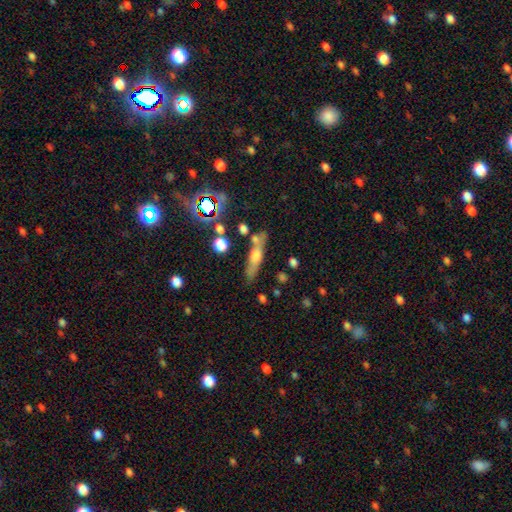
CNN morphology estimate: Smooth or featured? Predicted: smooth (p=0.49). Merging? Predicted: none (p=0.69).